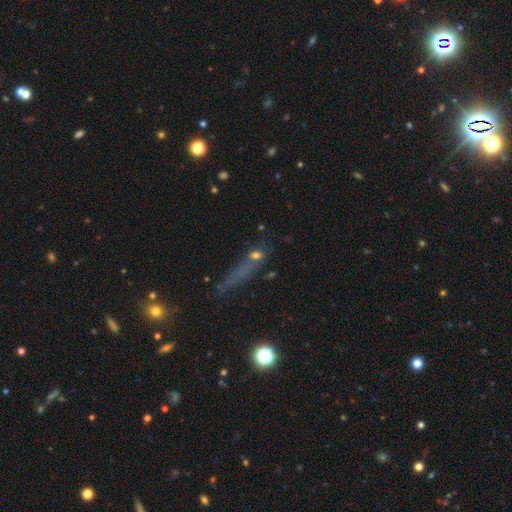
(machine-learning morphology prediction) Overall: smooth (52%; star or artifact 24%). How rounded: cigar-shaped (40%; in between 38%). Merging: none (45%; major disturbance 22%).